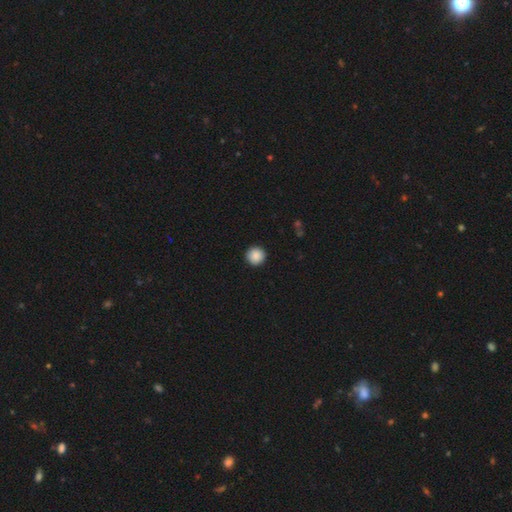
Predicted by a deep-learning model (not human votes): Q: Smooth or featured?
A: smooth (89%); runner-up: star or artifact (8%)
Q: How rounded?
A: round (96%); runner-up: in between (4%)
Q: Merging?
A: none (92%); runner-up: minor disturbance (5%)